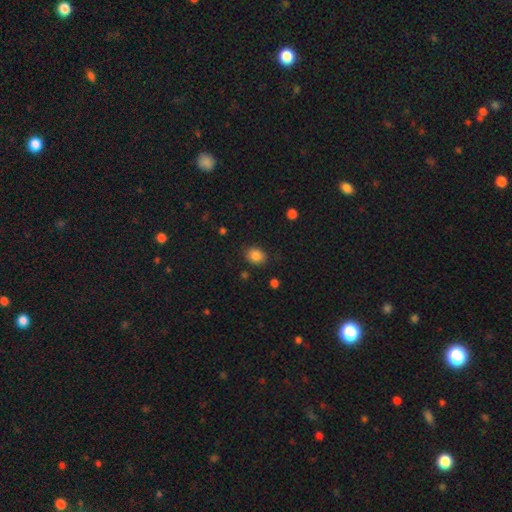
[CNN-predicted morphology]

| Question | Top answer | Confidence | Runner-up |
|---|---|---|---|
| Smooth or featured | smooth | 85% | star or artifact (10%) |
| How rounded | round | 52% | in between (47%) |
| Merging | none | 83% | minor disturbance (12%) |